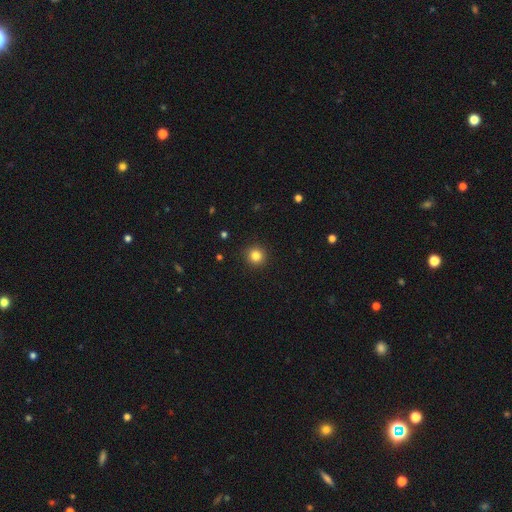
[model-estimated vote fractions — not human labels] Smooth or featured?
  - smooth: 83% *
  - star or artifact: 12%
  - featured or disk: 5%
How rounded?
  - round: 94% *
  - in between: 5%
  - cigar-shaped: 1%
Merging?
  - none: 93% *
  - minor disturbance: 5%
  - major disturbance: 2%
  - merger: 1%